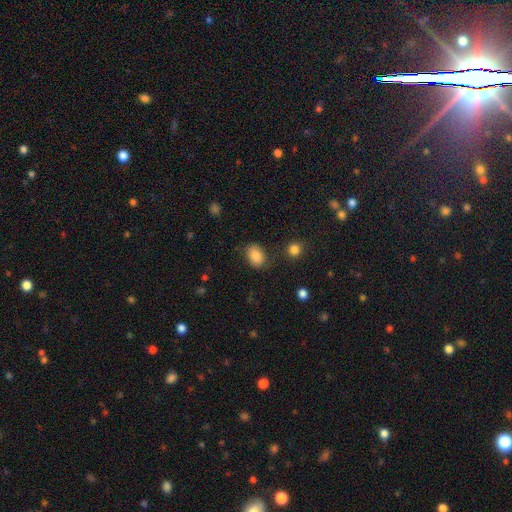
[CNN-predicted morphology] A smooth galaxy with no disk features (86%) that is in between round and cigar-shaped (78%). Merging: none (77%).